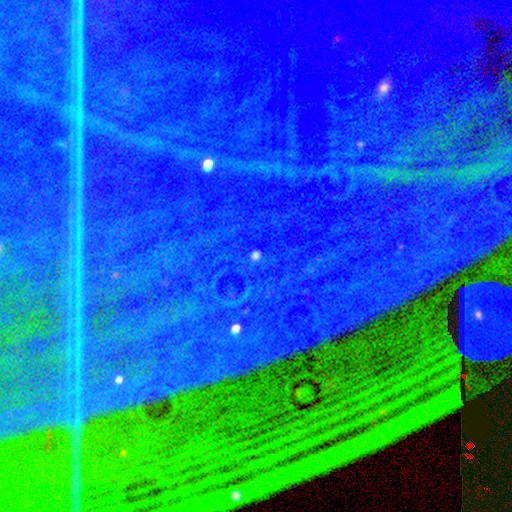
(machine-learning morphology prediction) This is likely a star or artifact rather than a galaxy (70%).